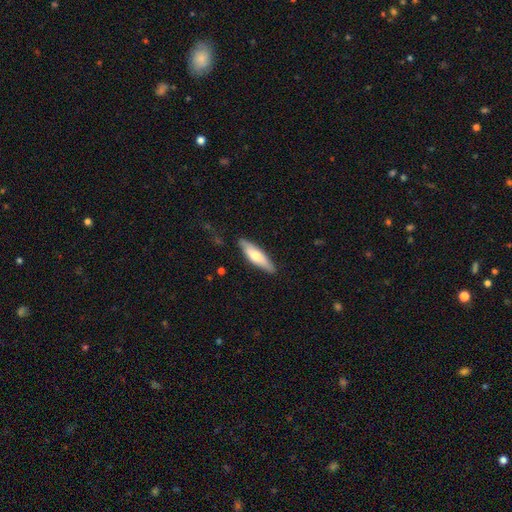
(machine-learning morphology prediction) smooth_or_featured: smooth (p=0.61) [alt: featured or disk p=0.34]
how_rounded: cigar-shaped (p=0.59) [alt: in between p=0.39]
merging: none (p=0.85) [alt: minor disturbance p=0.11]